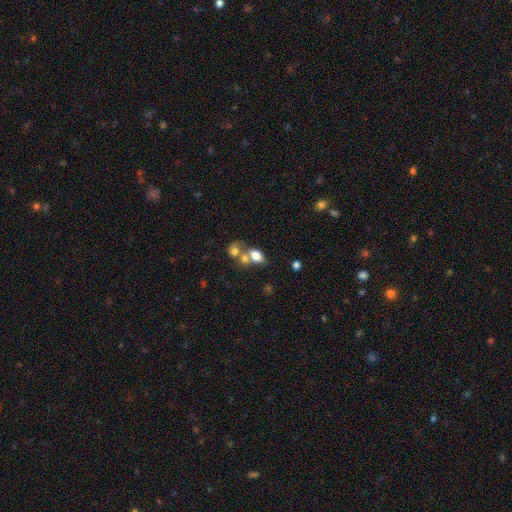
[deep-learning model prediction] A smooth galaxy with no disk features (73%) that is in between round and cigar-shaped (76%). Merging: merger (53%).